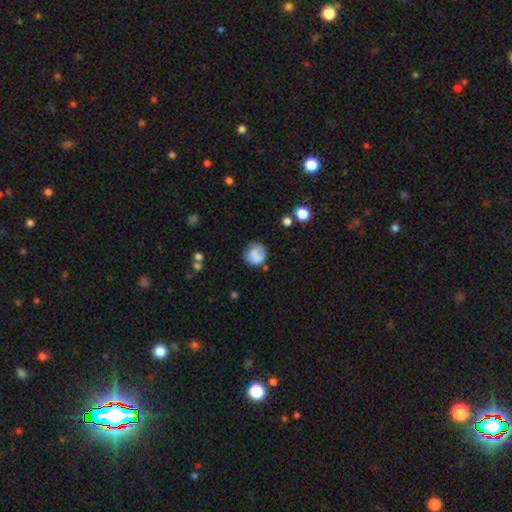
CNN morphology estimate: Smooth or featured? smooth (74%)
How rounded? round (84%)
Merging? none (60%)